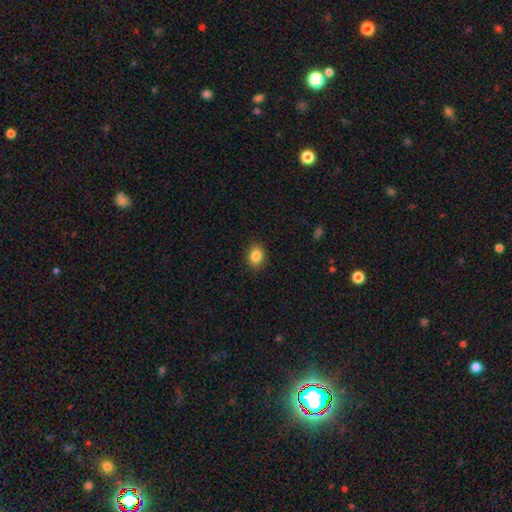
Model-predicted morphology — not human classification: A smooth galaxy with no disk features (85%) that is round (53%). Merging: none (88%).